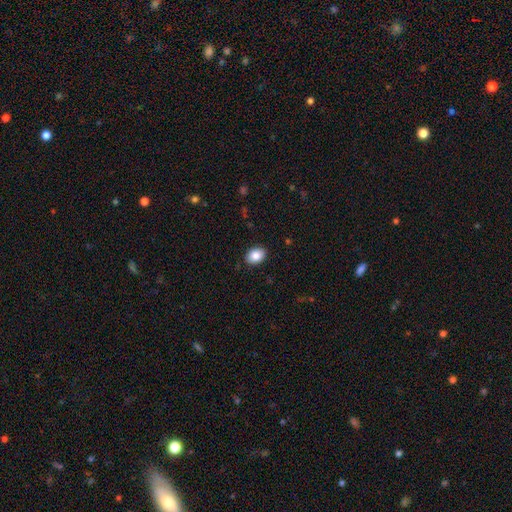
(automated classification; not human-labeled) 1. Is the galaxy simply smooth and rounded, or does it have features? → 86% smooth, 8% star or artifact, 6% featured or disk.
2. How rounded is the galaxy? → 71% in between, 29% round, 1% cigar-shaped.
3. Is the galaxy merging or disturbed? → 88% none, 9% minor disturbance, 2% major disturbance, 1% merger.